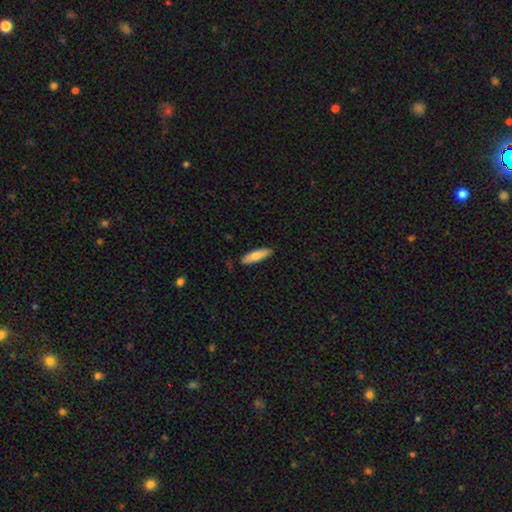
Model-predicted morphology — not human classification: Smooth or featured? smooth (71%)
How rounded? cigar-shaped (57%)
Merging? none (86%)